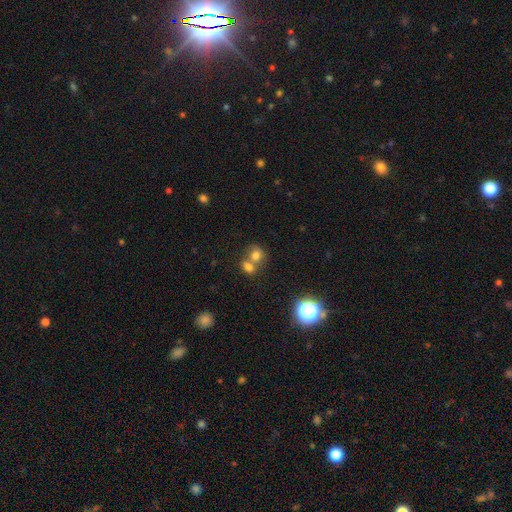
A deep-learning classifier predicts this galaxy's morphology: smooth-or-featured: smooth: 71% | star or artifact: 15% | featured or disk: 14%
  how-rounded: round: 68% | in between: 31% | cigar-shaped: 1%
  merging: merger: 58% | none: 31% | minor disturbance: 7% | major disturbance: 3%